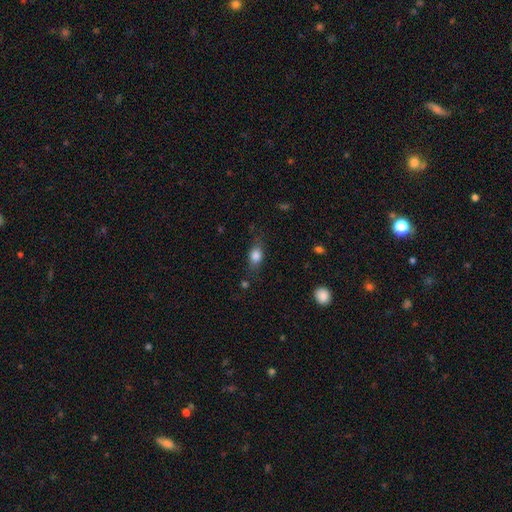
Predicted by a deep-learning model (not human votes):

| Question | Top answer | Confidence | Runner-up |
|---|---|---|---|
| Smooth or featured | smooth | 80% | featured or disk (11%) |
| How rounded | in between | 73% | round (20%) |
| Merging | none | 70% | minor disturbance (21%) |